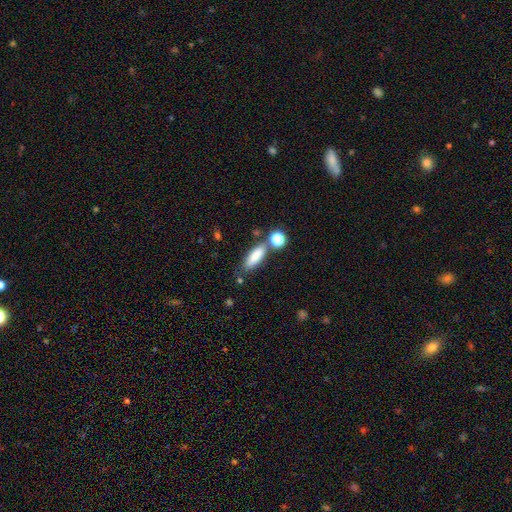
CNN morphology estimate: Smooth or featured?
  - smooth: 82% *
  - featured or disk: 9%
  - star or artifact: 8%
How rounded?
  - in between: 57% *
  - cigar-shaped: 39%
  - round: 4%
Merging?
  - none: 66% *
  - merger: 15%
  - minor disturbance: 14%
  - major disturbance: 5%